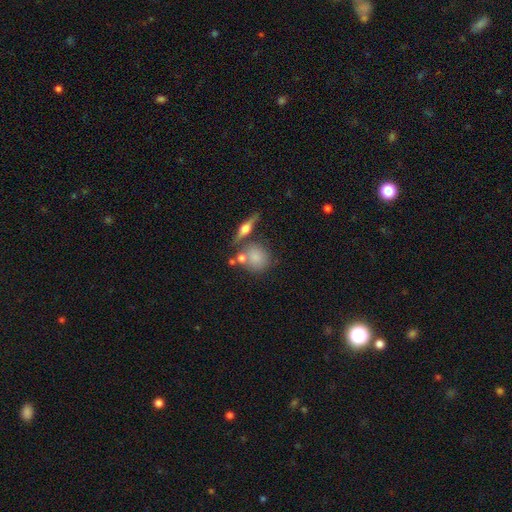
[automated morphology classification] Smooth or featured: smooth — 74% (featured or disk — 17%)
How rounded: round — 74% (in between — 22%)
Merging: none — 61% (merger — 19%)